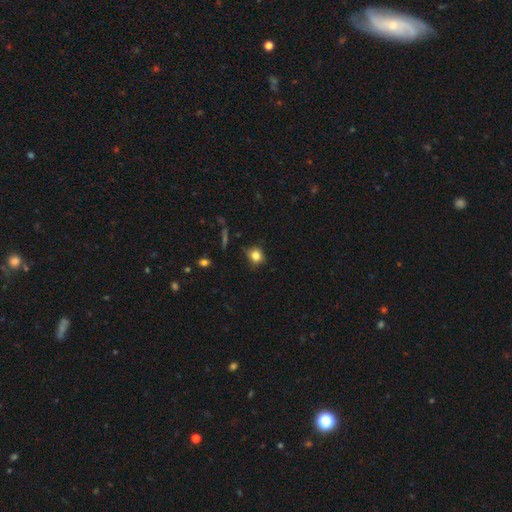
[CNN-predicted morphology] A smooth galaxy with no disk features (81%) that is round (82%).

Vote fractions:
- Smooth or featured? smooth: 81% / star or artifact: 12% / featured or disk: 7%
- How rounded? round: 82% / in between: 17% / cigar-shaped: 1%
- Merging? none: 77% / minor disturbance: 17% / major disturbance: 4% / merger: 2%